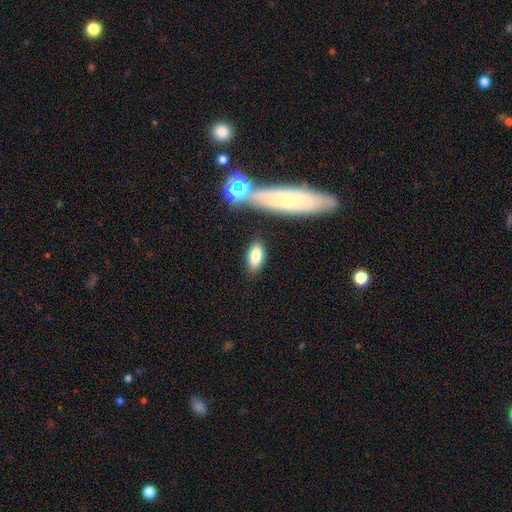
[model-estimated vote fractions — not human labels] Smooth or featured: smooth — 82% (featured or disk — 10%)
How rounded: in between — 84% (cigar-shaped — 12%)
Merging: none — 78% (minor disturbance — 14%)